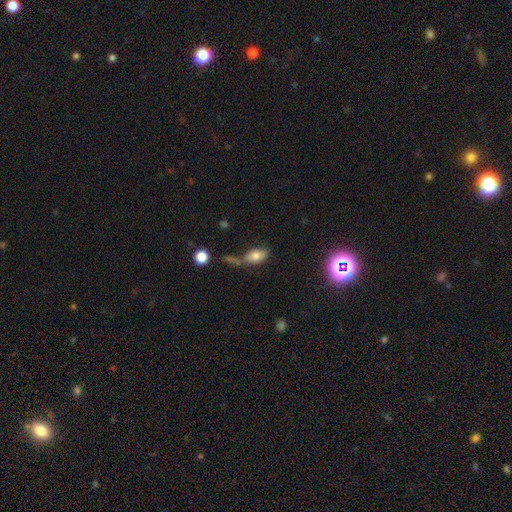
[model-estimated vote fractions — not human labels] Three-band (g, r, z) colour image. It shows a smooth galaxy with no disk features (75%) that is in between round and cigar-shaped (89%). Merging: none (49%).